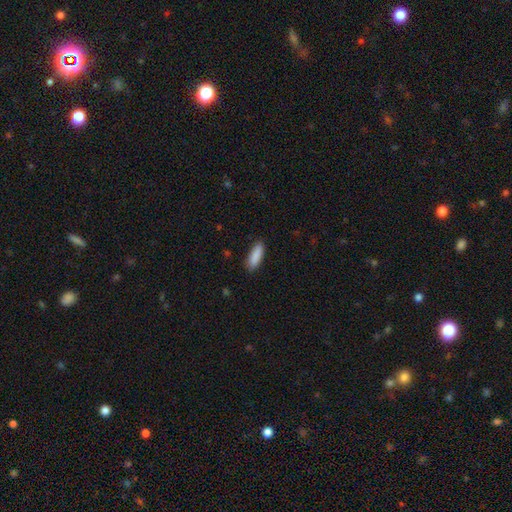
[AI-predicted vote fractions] This appears to be a smooth galaxy with no disk features (89%) that is in between round and cigar-shaped (50%). Merging: none (87%).